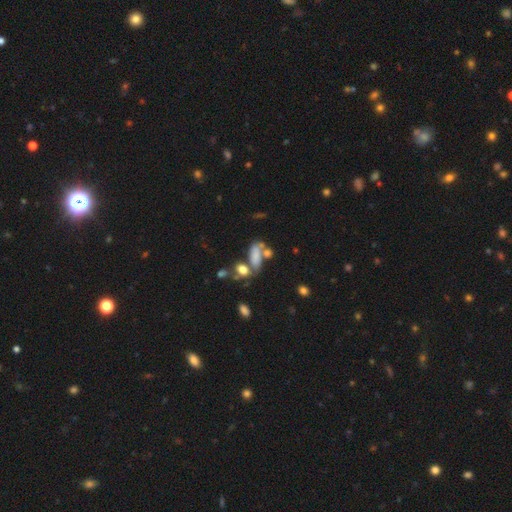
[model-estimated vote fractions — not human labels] A smooth galaxy with no disk features (70%) that is in between round and cigar-shaped (79%). Merging: merger (38%).